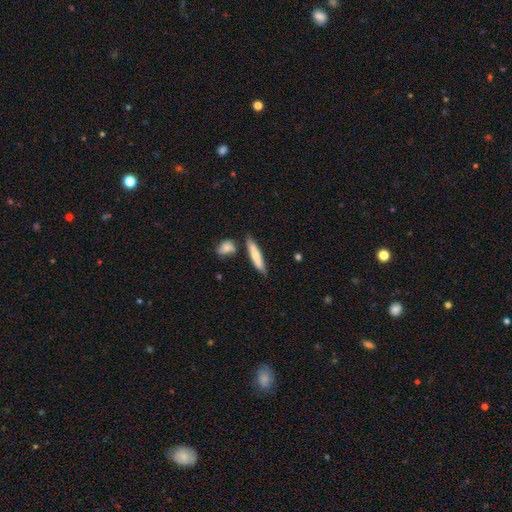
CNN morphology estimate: A smooth galaxy with no disk features (67%) that is cigar-shaped (85%).

Vote fractions:
- Smooth or featured? smooth: 67% / featured or disk: 27% / star or artifact: 6%
- How rounded? cigar-shaped: 85% / in between: 14% / round: 2%
- Merging? none: 75% / minor disturbance: 15% / merger: 8% / major disturbance: 3%